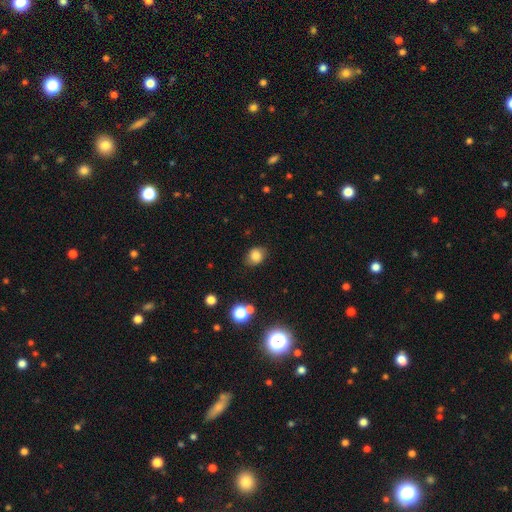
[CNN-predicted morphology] Smooth or featured?
  - smooth: 80% *
  - star or artifact: 12%
  - featured or disk: 8%
How rounded?
  - round: 50% *
  - in between: 49%
  - cigar-shaped: 1%
Merging?
  - none: 80% *
  - minor disturbance: 15%
  - major disturbance: 3%
  - merger: 2%